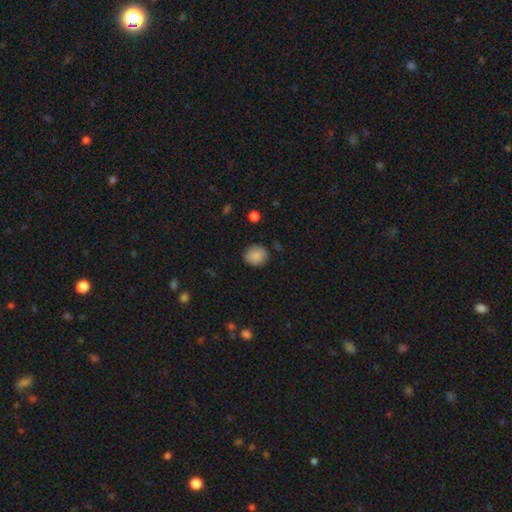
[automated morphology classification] type=smooth (87%); roundness=round (80%); merging=none (85%).